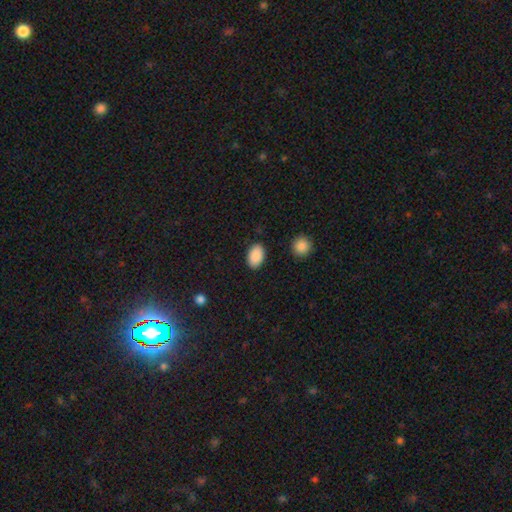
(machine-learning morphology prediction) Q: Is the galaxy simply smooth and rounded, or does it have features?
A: smooth — 90%.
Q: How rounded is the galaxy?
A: in between — 90%.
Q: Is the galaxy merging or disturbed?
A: none — 88%.